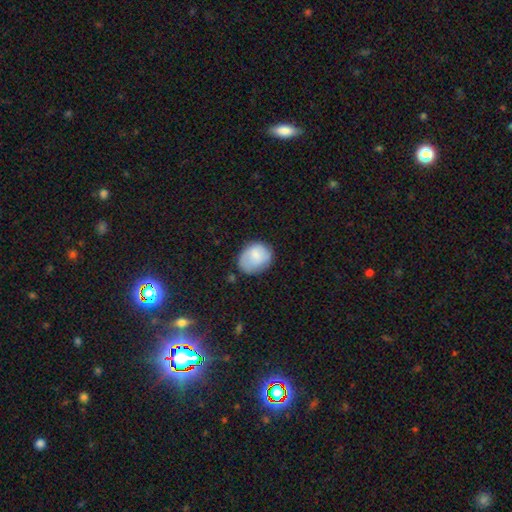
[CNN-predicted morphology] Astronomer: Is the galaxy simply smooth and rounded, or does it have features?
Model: smooth — 77%.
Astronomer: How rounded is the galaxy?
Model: round — 52% (runner-up: in between, 47%).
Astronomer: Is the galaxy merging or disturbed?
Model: none — 64%.